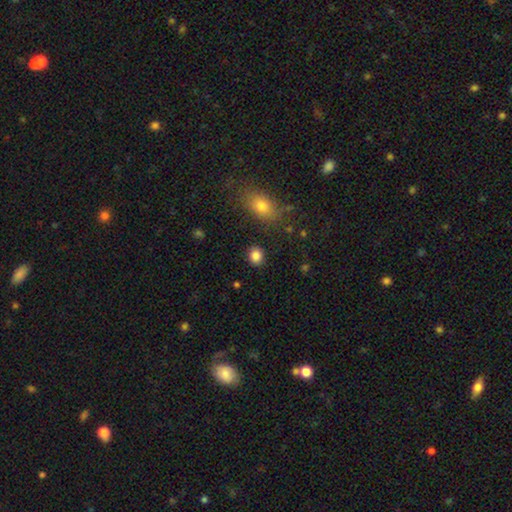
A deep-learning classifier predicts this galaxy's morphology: Smooth or featured: smooth — 86% (star or artifact — 10%)
How rounded: round — 72% (in between — 27%)
Merging: none — 88% (minor disturbance — 8%)